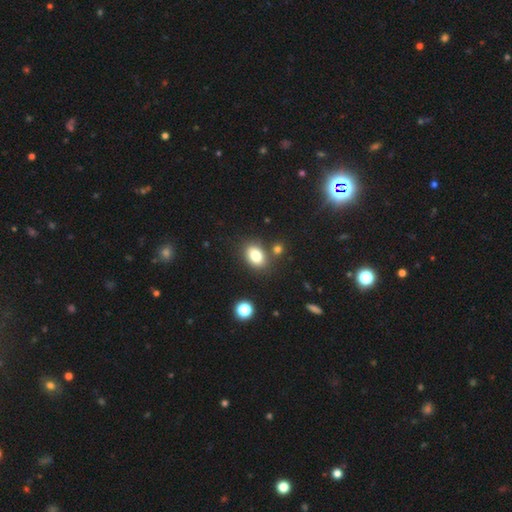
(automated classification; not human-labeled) Smooth or featured? Predicted: smooth (p=0.82). How rounded? Predicted: in between (p=0.77). Merging? Predicted: none (p=0.75).